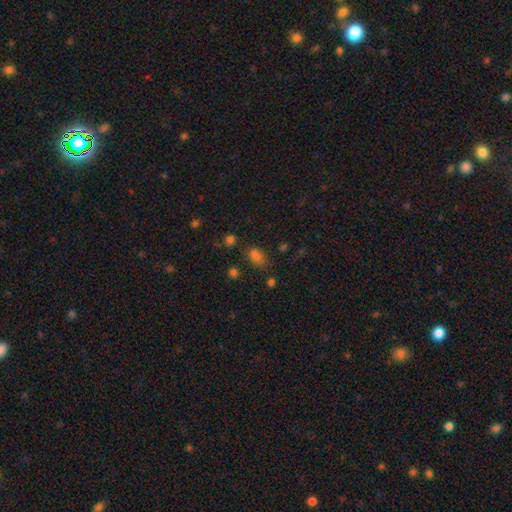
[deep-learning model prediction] Smooth or featured? Predicted: smooth (p=0.66). How rounded? Predicted: in between (p=0.78). Merging? Predicted: none (p=0.67).